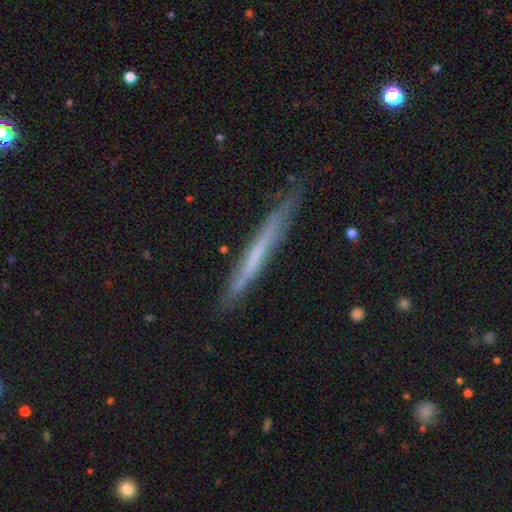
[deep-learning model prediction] Smooth or featured: featured or disk — 54% (smooth — 39%)
Edge-on disk: yes — 91% (no — 9%)
Merging: none — 82% (minor disturbance — 14%)